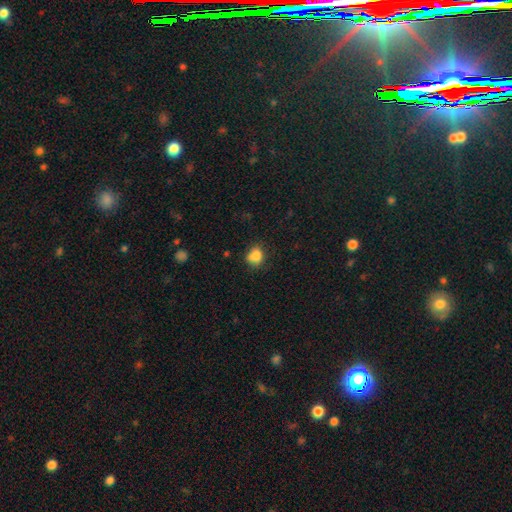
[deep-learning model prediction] smooth-or-featured: smooth: 82% | star or artifact: 11% | featured or disk: 8%
  how-rounded: round: 62% | in between: 37% | cigar-shaped: 1%
  merging: none: 60% | minor disturbance: 26% | merger: 7% | major disturbance: 7%